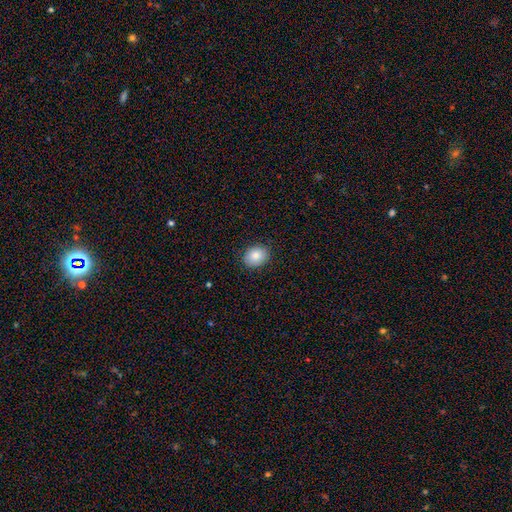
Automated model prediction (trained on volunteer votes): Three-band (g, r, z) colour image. It shows a smooth galaxy with no disk features (84%) that is round (53%). Merging: none (87%).